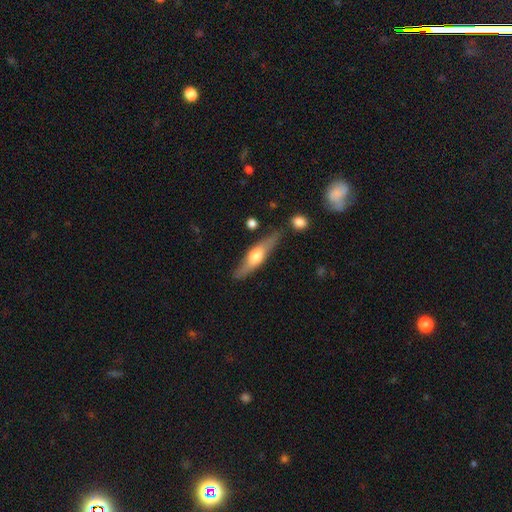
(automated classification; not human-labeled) A featured or disk galaxy (55%) viewed edge-on (88%).

Vote fractions:
- Smooth or featured? featured or disk: 55% / smooth: 40% / star or artifact: 5%
- Edge-on disk? yes: 88% / no: 12%
- Merging? none: 80% / minor disturbance: 13% / merger: 4% / major disturbance: 3%